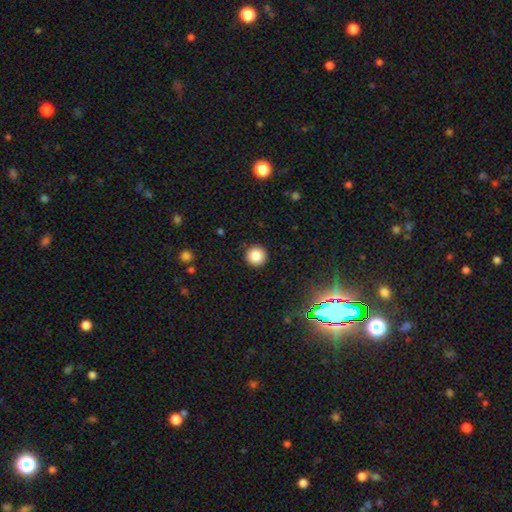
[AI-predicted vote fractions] A smooth galaxy with no disk features (84%) that is round (96%).

Vote fractions:
- Smooth or featured? smooth: 84% / star or artifact: 11% / featured or disk: 5%
- How rounded? round: 96% / in between: 3% / cigar-shaped: 1%
- Merging? none: 91% / minor disturbance: 6% / major disturbance: 2% / merger: 1%